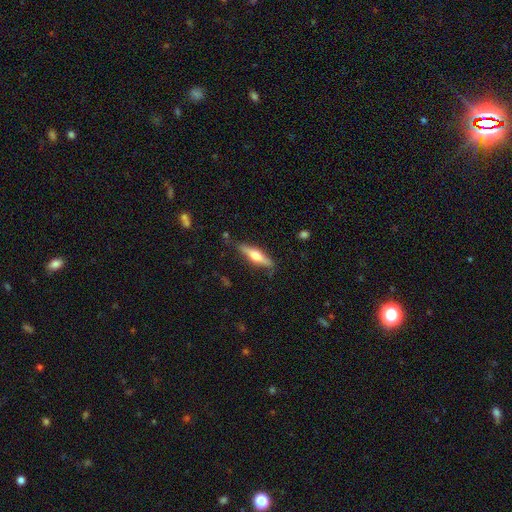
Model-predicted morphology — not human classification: The model was most divided on "smooth or featured": featured or disk: 52%, smooth: 42%, star or artifact: 6%. More confident: edge-on disk — yes (93%); merging — none (81%).